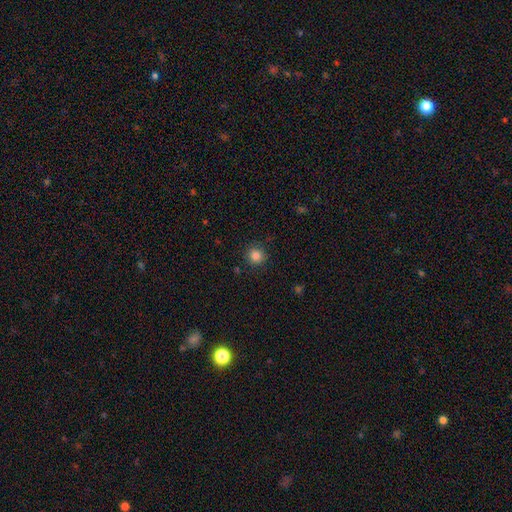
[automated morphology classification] smooth 84%, star or artifact 12%, featured or disk 5%. Down the decision tree: how rounded — round (93%); merging — none (87%).